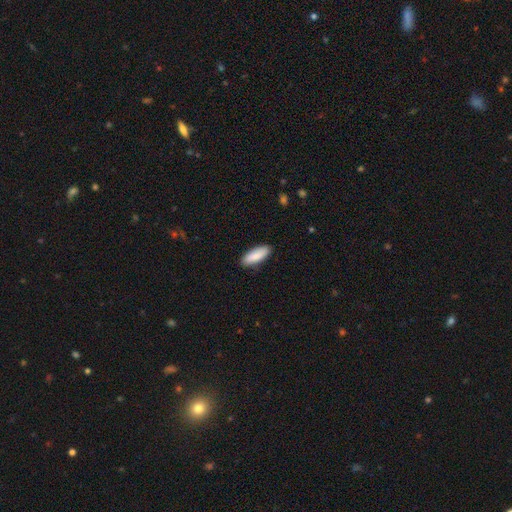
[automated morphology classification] Smooth or featured: smooth — 88% (featured or disk — 6%)
How rounded: in between — 66% (cigar-shaped — 32%)
Merging: none — 88% (minor disturbance — 10%)